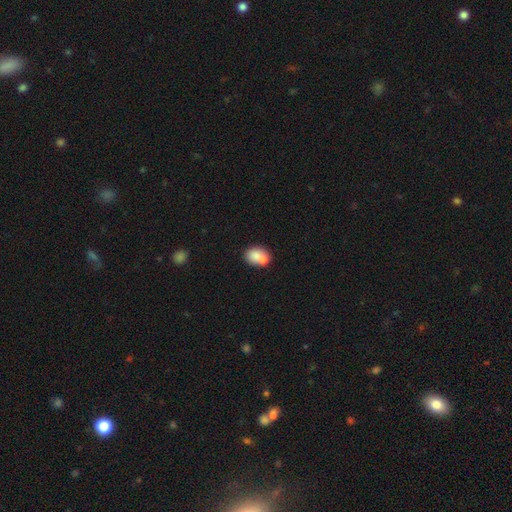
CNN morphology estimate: smooth 74%, featured or disk 17%, star or artifact 8%. Down the decision tree: how rounded — in between (64%); merging — none (43%).